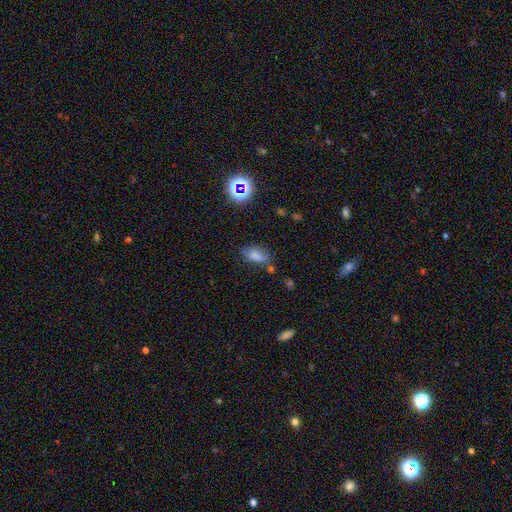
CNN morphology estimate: This is likely a smooth galaxy (75%). How rounded: clearly in between (88%). Merging: likely none (63%).